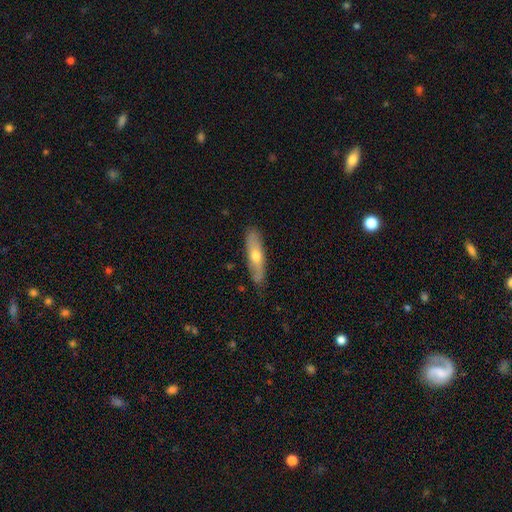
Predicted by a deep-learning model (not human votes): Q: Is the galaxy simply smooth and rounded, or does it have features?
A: featured or disk — 48%.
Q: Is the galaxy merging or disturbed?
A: none — 83%.